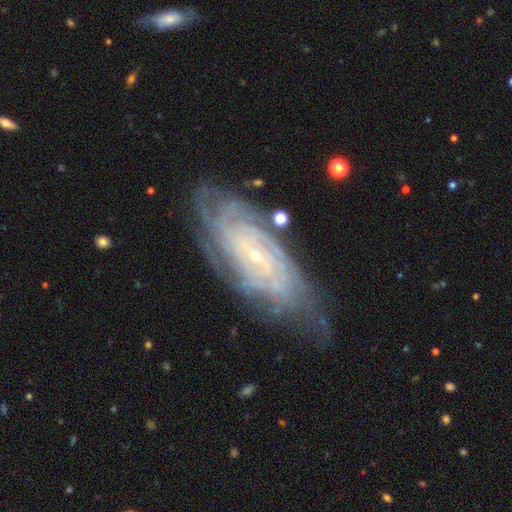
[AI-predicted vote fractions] This appears to be a featured or disk galaxy (87%) with no bar (65%), tight (79%) spiral arms (97%) and a small central bulge (86%). Merging: none (69%).